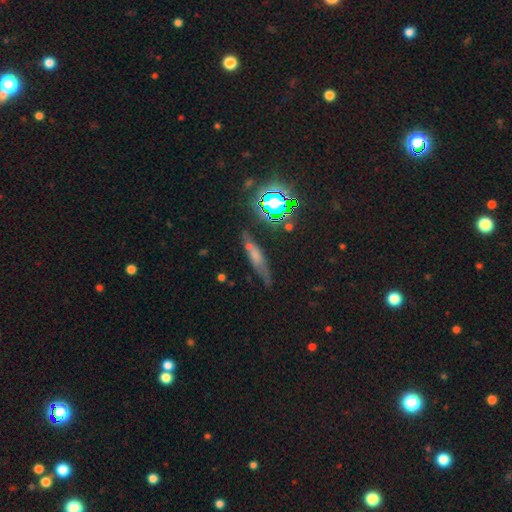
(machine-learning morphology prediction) smooth-or-featured: smooth: 37% (tied) | featured or disk: 37% (tied) | star or artifact: 26%
  merging: none: 68% | minor disturbance: 21% | major disturbance: 7% | merger: 4%